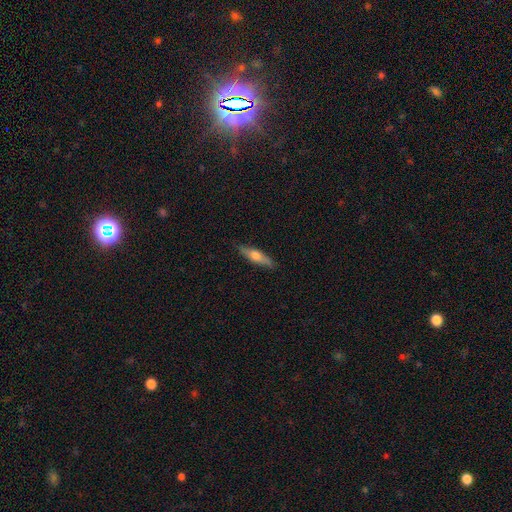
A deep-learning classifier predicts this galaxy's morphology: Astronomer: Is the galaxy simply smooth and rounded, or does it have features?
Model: smooth — 51% (runner-up: featured or disk, 44%).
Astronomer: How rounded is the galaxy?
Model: cigar-shaped — 73%.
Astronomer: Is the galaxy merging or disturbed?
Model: none — 87%.